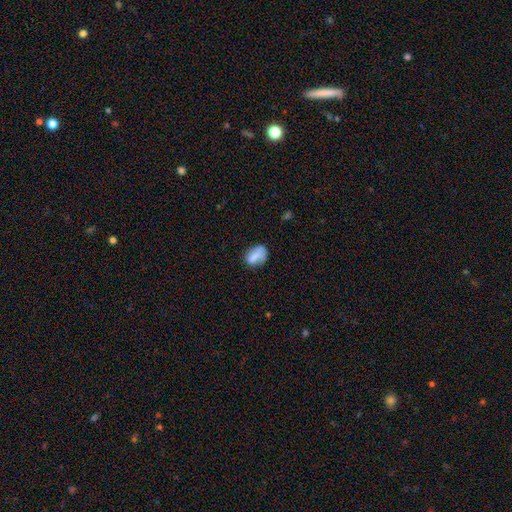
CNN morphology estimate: smooth 77%, featured or disk 14%, star or artifact 9%. Down the decision tree: how rounded — in between (80%); merging — none (56%).